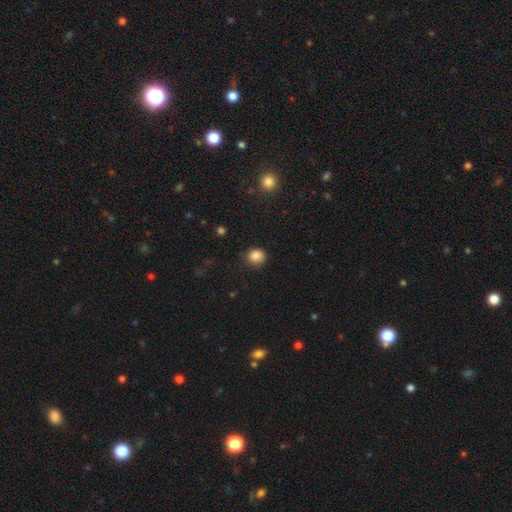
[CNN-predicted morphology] Smooth or featured: smooth — 85% (star or artifact — 11%)
How rounded: round — 81% (in between — 18%)
Merging: none — 83% (minor disturbance — 13%)